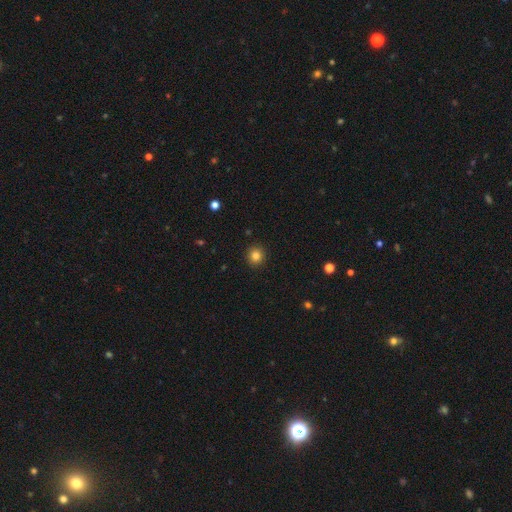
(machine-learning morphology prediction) Smooth or featured?
  - smooth: 83% *
  - star or artifact: 12%
  - featured or disk: 5%
How rounded?
  - round: 90% *
  - in between: 9%
  - cigar-shaped: 1%
Merging?
  - none: 92% *
  - minor disturbance: 5%
  - major disturbance: 2%
  - merger: 1%